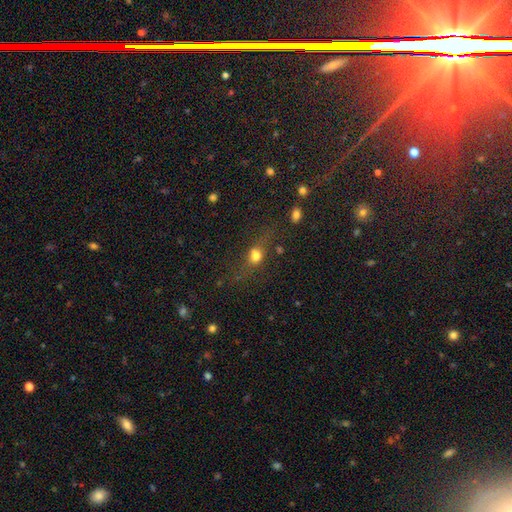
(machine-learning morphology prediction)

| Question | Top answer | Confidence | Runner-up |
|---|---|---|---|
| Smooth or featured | smooth | 65% | featured or disk (20%) |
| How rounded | round | 46% | in between (43%) |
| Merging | none | 58% | minor disturbance (19%) |